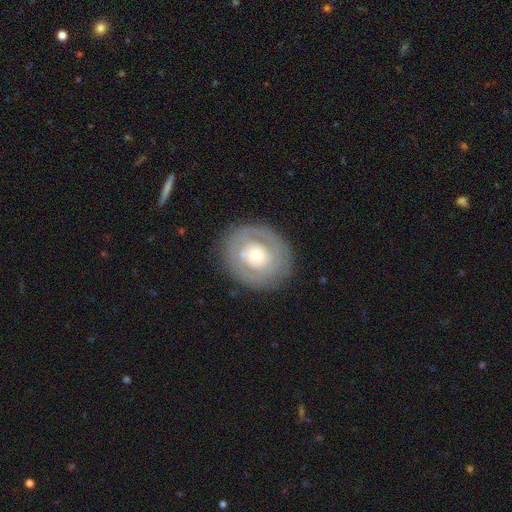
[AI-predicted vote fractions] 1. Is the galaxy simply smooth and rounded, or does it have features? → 60% featured or disk, 35% smooth, 5% star or artifact.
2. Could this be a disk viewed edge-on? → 96% no, 4% yes.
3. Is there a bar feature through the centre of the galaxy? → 87% no, 10% weak, 3% strong.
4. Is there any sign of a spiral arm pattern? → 68% no, 32% yes.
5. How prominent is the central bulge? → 57% moderate, 25% small, 14% large, 2% dominant, 1% none.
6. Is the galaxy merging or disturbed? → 81% none, 12% minor disturbance, 5% major disturbance, 2% merger.